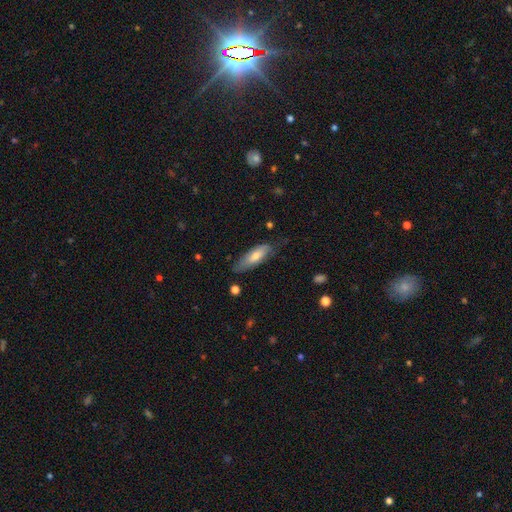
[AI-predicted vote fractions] This is likely a smooth galaxy (66%). How rounded: possibly in between (58%). Merging: likely none (70%).